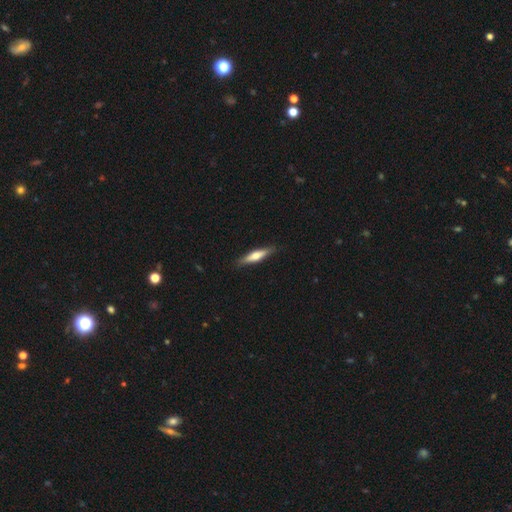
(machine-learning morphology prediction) Smooth or featured? smooth (53%)
How rounded? cigar-shaped (82%)
Merging? none (88%)